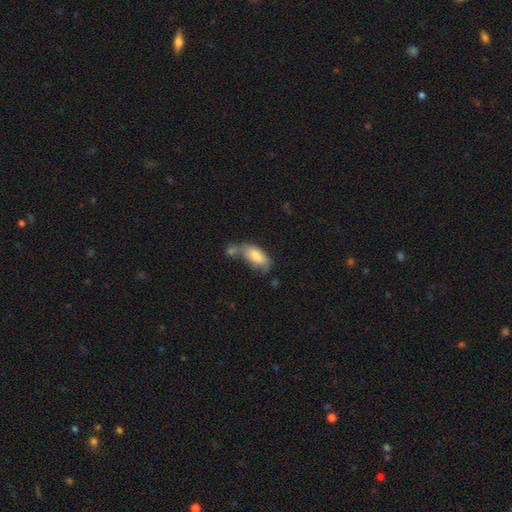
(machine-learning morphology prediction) The model was most divided on "merging": merger: 39%, none: 28%, minor disturbance: 19%, major disturbance: 13%. More confident: how rounded — in between (91%); smooth or featured — smooth (79%).